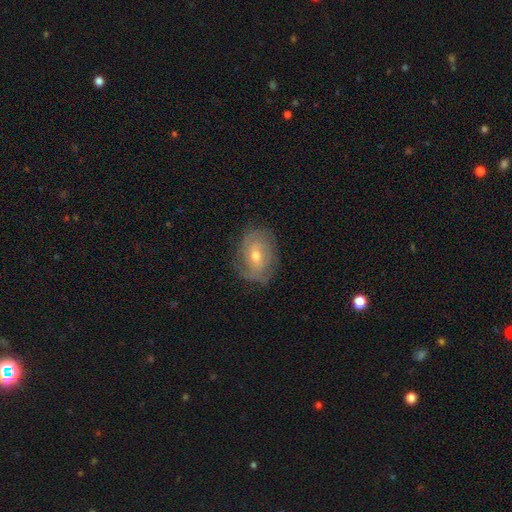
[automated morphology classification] The model was most divided on "spiral arm count": can't tell: 41%, 2: 34%, 3: 13%, 1: 6%, 4: 4%, more than 4: 3%. More confident: edge-on disk — no (95%); spiral arms — yes (84%); merging — none (73%); smooth or featured — featured or disk (71%); bulge size — moderate (63%); spiral winding — tight (62%); bar — no (53%).